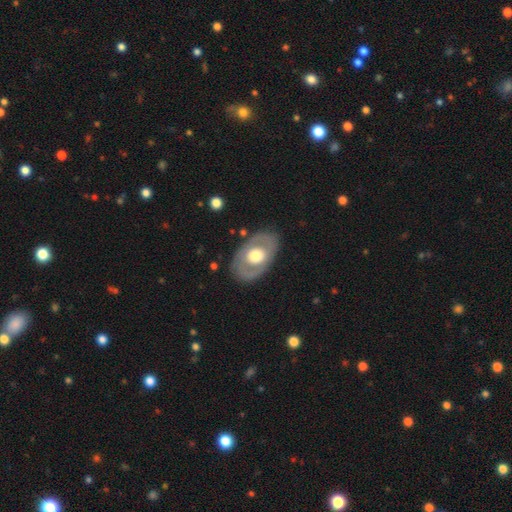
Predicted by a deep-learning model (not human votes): smooth-or-featured: featured or disk: 55% | smooth: 40% | star or artifact: 5%
  disk-edge-on: no: 90% | yes: 10%
  merging: none: 82% | minor disturbance: 12% | major disturbance: 5% | merger: 1%